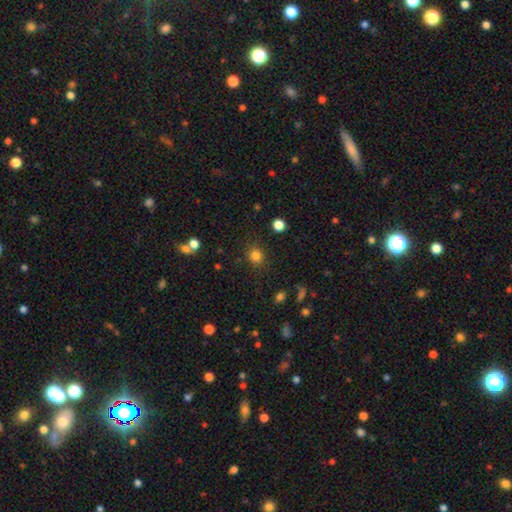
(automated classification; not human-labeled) smooth-or-featured: smooth: 82% | star or artifact: 13% | featured or disk: 5%
  how-rounded: round: 82% | in between: 17% | cigar-shaped: 1%
  merging: none: 86% | minor disturbance: 9% | major disturbance: 3% | merger: 2%